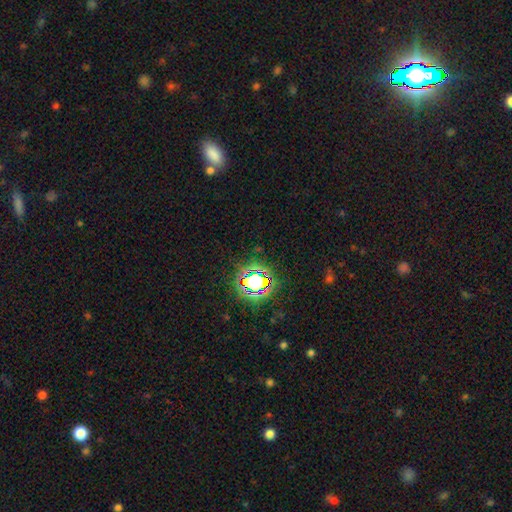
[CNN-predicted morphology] Smooth or featured: star or artifact — 74% (smooth — 17%)